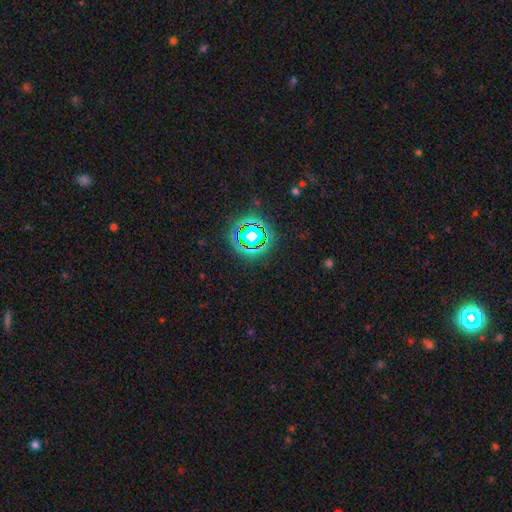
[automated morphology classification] smooth_or_featured: star or artifact (p=0.77) [alt: smooth p=0.16]